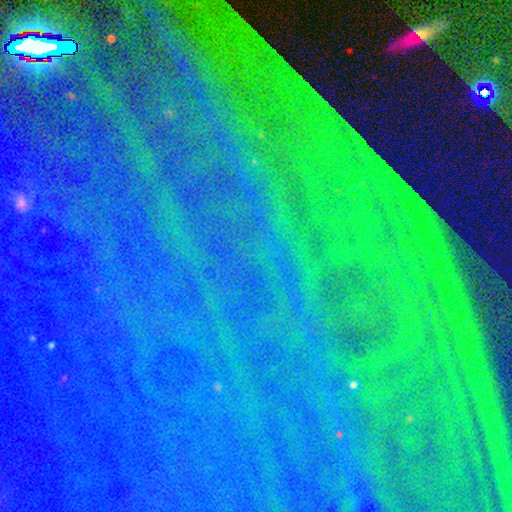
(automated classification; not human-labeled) smooth_or_featured: star or artifact (p=0.86) [alt: featured or disk p=0.07]